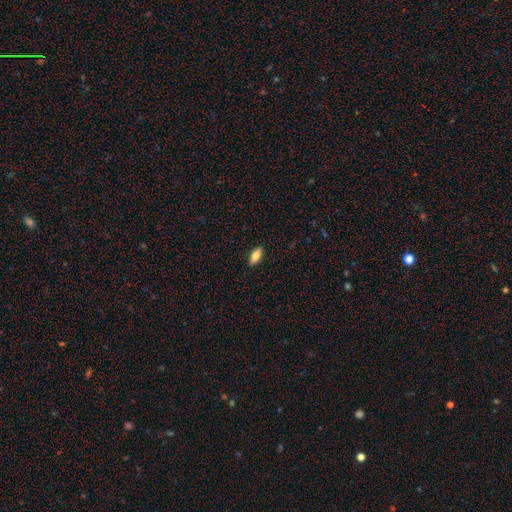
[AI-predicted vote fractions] Smooth or featured? Predicted: smooth (p=0.75). How rounded? Predicted: in between (p=0.77). Merging? Predicted: none (p=0.89).